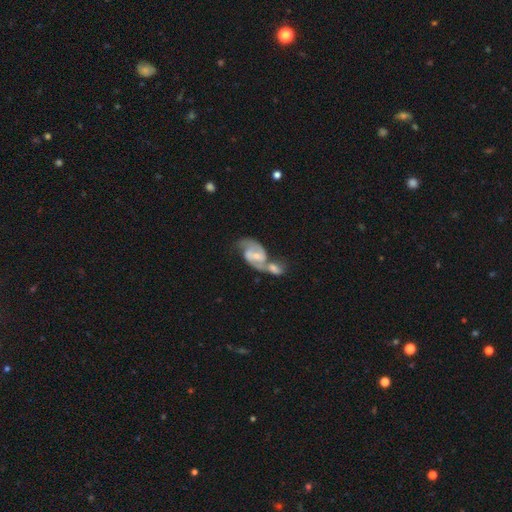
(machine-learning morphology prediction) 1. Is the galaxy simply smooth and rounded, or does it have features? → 83% featured or disk, 12% smooth, 5% star or artifact.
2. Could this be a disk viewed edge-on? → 97% no, 3% yes.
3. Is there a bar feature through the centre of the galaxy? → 48% weak, 26% strong, 26% no.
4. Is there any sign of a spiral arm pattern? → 94% yes, 6% no.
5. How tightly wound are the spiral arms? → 53% medium, 28% loose, 20% tight.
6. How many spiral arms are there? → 89% 2, 5% can't tell, 3% 1, 1% 3, 1% 4, 1% more than 4.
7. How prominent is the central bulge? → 50% small, 39% moderate, 7% none, 3% large, 1% dominant.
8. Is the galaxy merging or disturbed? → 60% merger, 23% none, 10% minor disturbance, 7% major disturbance.